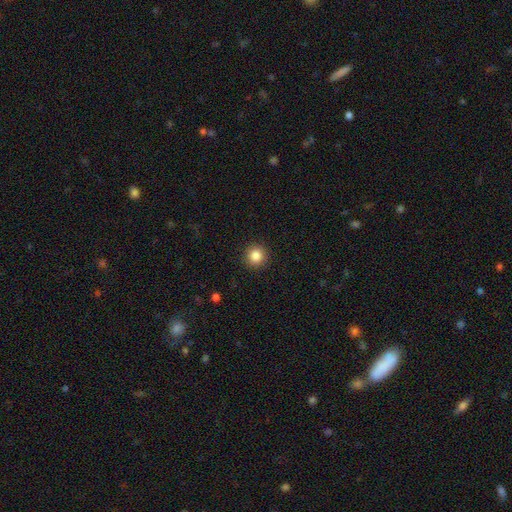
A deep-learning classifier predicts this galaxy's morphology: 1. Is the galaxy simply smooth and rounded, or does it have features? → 85% smooth, 10% star or artifact, 4% featured or disk.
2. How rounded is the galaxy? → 94% round, 5% in between, 1% cigar-shaped.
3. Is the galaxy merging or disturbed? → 92% none, 5% minor disturbance, 2% major disturbance, 1% merger.